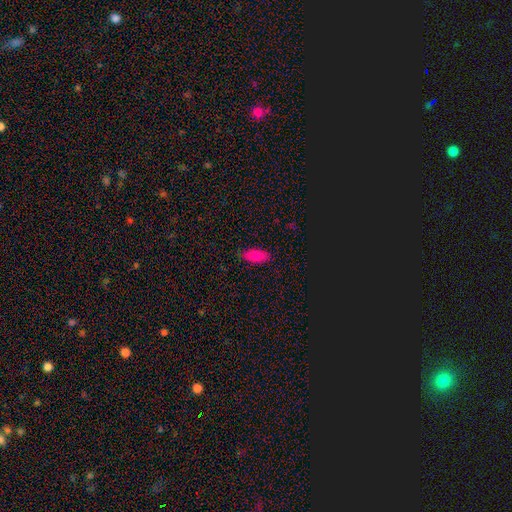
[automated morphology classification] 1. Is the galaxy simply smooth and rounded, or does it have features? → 81% smooth, 10% featured or disk, 9% star or artifact.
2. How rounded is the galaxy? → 85% in between, 13% cigar-shaped, 2% round.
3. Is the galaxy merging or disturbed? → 86% none, 11% minor disturbance, 2% major disturbance, 1% merger.